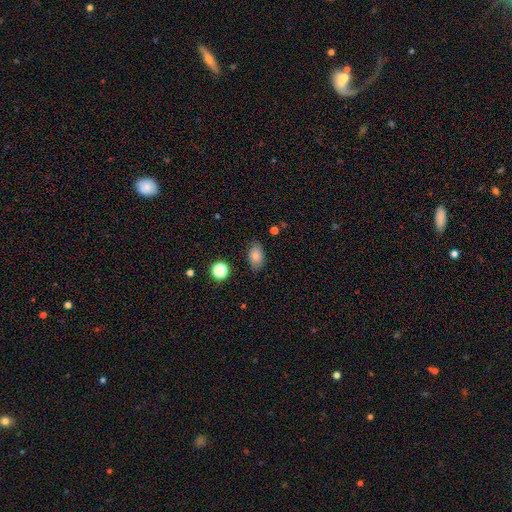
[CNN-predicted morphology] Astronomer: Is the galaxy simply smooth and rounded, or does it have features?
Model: smooth — 82%.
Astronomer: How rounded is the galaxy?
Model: in between — 87%.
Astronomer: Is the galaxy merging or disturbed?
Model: none — 83%.